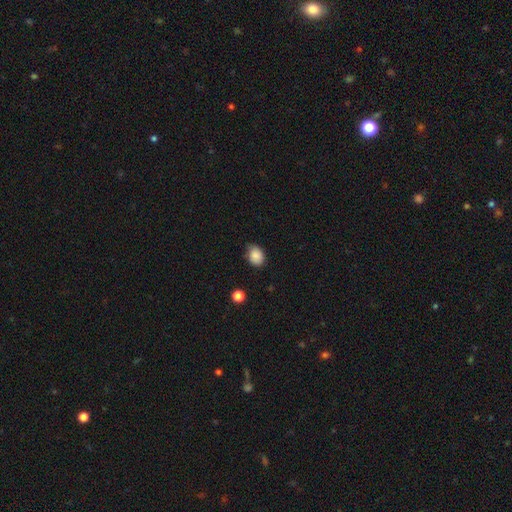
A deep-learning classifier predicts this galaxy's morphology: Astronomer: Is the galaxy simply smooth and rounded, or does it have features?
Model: smooth — 85%.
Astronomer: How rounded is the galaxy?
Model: in between — 59% (runner-up: round, 40%).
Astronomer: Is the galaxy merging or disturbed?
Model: none — 68%.